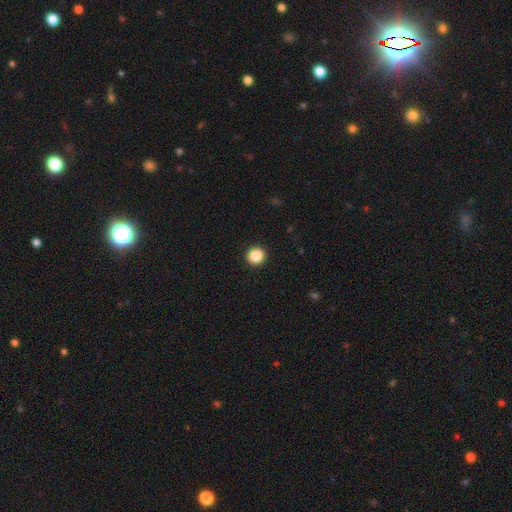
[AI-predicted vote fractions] Smooth or featured?
  - smooth: 87% *
  - star or artifact: 10%
  - featured or disk: 4%
How rounded?
  - round: 92% *
  - in between: 7%
  - cigar-shaped: 1%
Merging?
  - none: 93% *
  - minor disturbance: 4%
  - major disturbance: 2%
  - merger: 1%